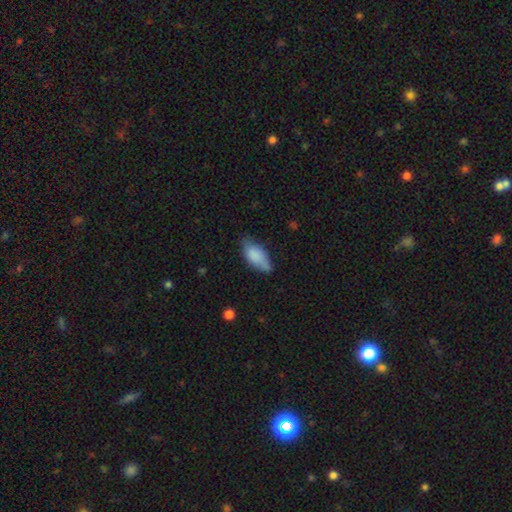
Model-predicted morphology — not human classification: Smooth or featured? Predicted: smooth (p=0.81). How rounded? Predicted: in between (p=0.88). Merging? Predicted: none (p=0.56).